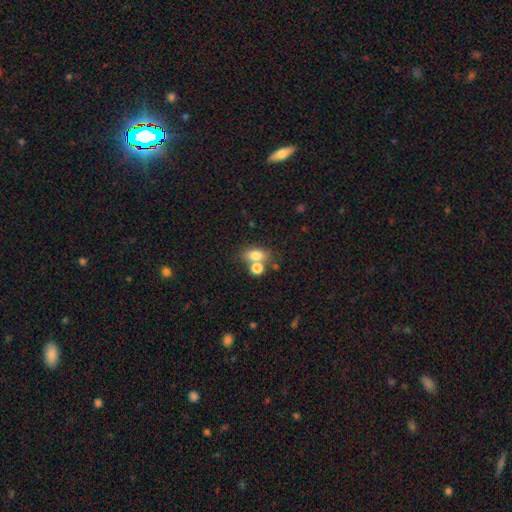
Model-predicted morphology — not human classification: Q: Smooth or featured?
A: smooth (77%); runner-up: star or artifact (12%)
Q: How rounded?
A: in between (75%); runner-up: round (22%)
Q: Merging?
A: none (52%); runner-up: merger (33%)